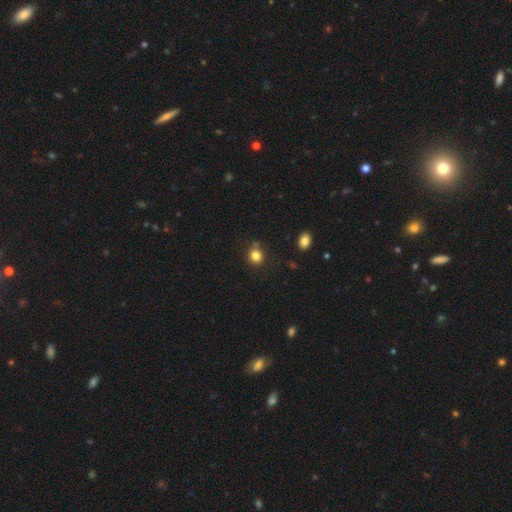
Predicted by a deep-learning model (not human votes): smooth-or-featured: smooth: 82% | star or artifact: 12% | featured or disk: 5%
  how-rounded: round: 83% | in between: 16% | cigar-shaped: 1%
  merging: none: 76% | minor disturbance: 14% | merger: 7% | major disturbance: 4%